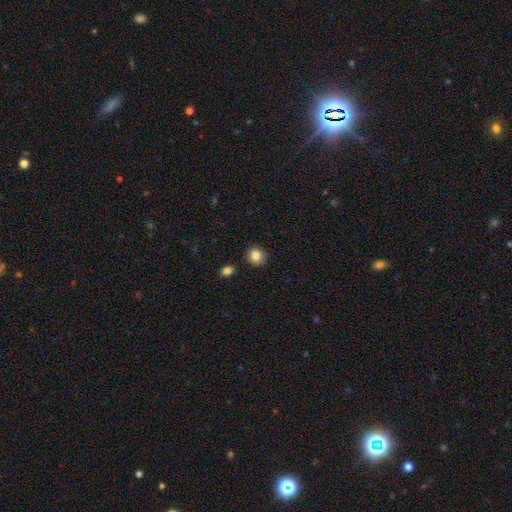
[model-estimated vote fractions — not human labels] Q: Smooth or featured?
A: smooth (85%); runner-up: star or artifact (9%)
Q: How rounded?
A: round (89%); runner-up: in between (10%)
Q: Merging?
A: none (90%); runner-up: minor disturbance (6%)